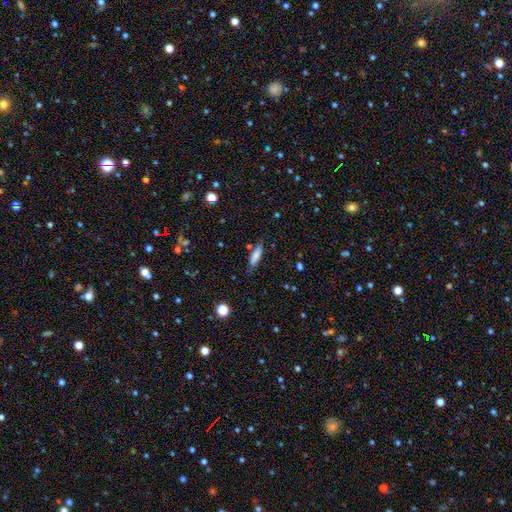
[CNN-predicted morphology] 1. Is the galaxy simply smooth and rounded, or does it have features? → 79% smooth, 13% featured or disk, 8% star or artifact.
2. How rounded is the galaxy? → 59% cigar-shaped, 39% in between, 2% round.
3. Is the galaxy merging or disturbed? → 76% none, 17% minor disturbance, 4% major disturbance, 3% merger.